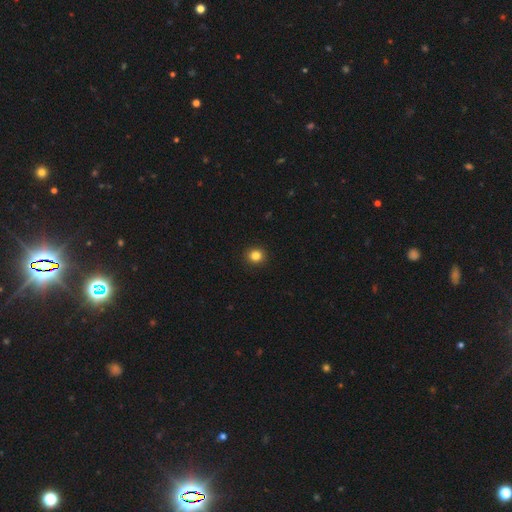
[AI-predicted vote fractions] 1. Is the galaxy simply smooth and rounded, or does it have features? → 85% smooth, 11% star or artifact, 4% featured or disk.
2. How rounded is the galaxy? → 87% round, 12% in between, 1% cigar-shaped.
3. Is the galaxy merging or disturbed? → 93% none, 5% minor disturbance, 2% major disturbance, 1% merger.